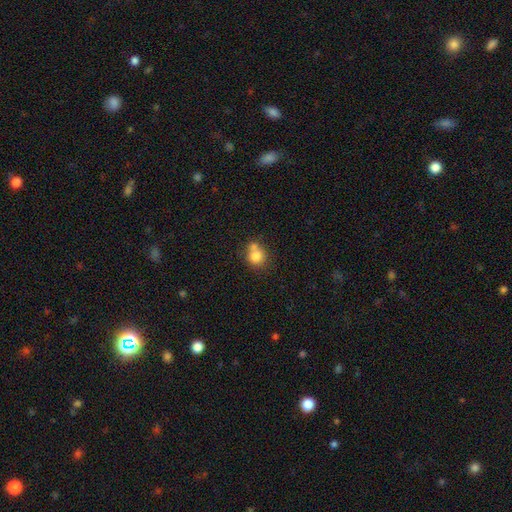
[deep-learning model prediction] This is likely a smooth galaxy (79%). How rounded: likely round (77%). Merging: possibly none (46%).